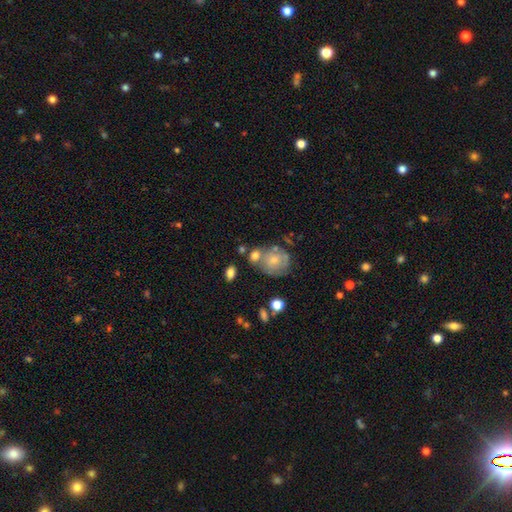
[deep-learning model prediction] The model was most divided on "merging": none: 46%, merger: 29%, minor disturbance: 17%, major disturbance: 8%. More confident: smooth or featured — smooth (62%); how rounded — round (62%).